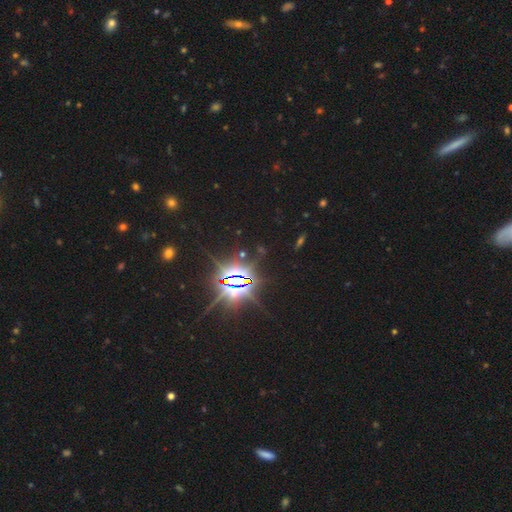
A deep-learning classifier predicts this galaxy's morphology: Q: Smooth or featured?
A: star or artifact (86%); runner-up: smooth (7%)